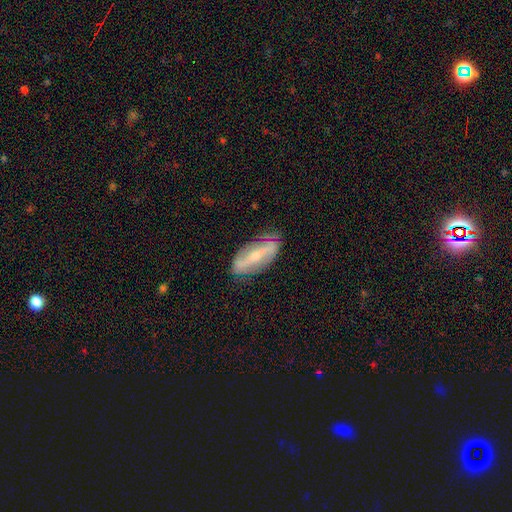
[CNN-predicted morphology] The model was most divided on "bulge size": small: 58%, moderate: 37%, none: 2%, large: 2%, dominant: 1%. More confident: edge-on disk — no (83%); merging — none (77%); smooth or featured — featured or disk (72%); spiral arms — yes (72%); bar — strong (61%).